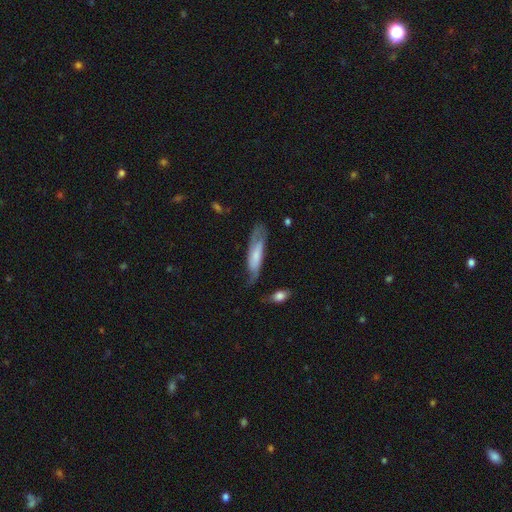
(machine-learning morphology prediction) smooth_or_featured: featured or disk (p=0.53) [alt: smooth p=0.40]
disk_edge_on: no (p=0.69) [alt: yes p=0.31]
merging: none (p=0.57) [alt: minor disturbance p=0.26]